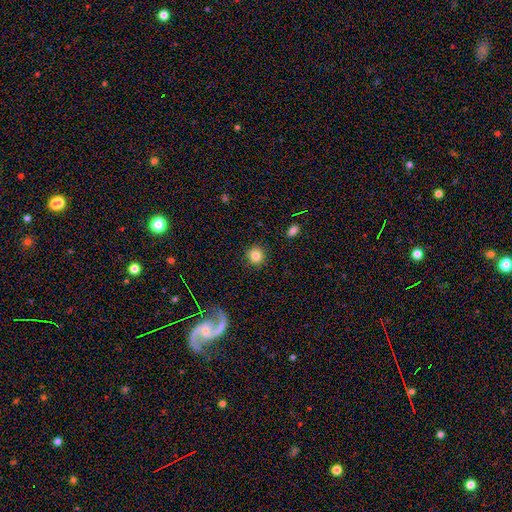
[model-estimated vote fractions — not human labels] smooth_or_featured: smooth (p=0.83) [alt: star or artifact p=0.10]
how_rounded: round (p=0.92) [alt: in between p=0.07]
merging: none (p=0.90) [alt: minor disturbance p=0.06]